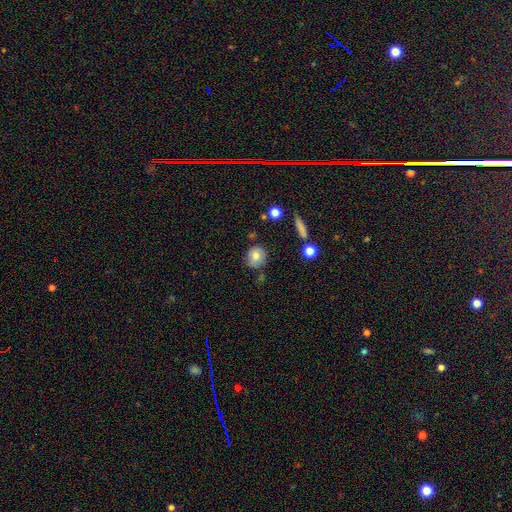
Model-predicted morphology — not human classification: Smooth or featured: smooth — 77% (featured or disk — 14%)
How rounded: round — 81% (in between — 17%)
Merging: none — 76% (minor disturbance — 15%)